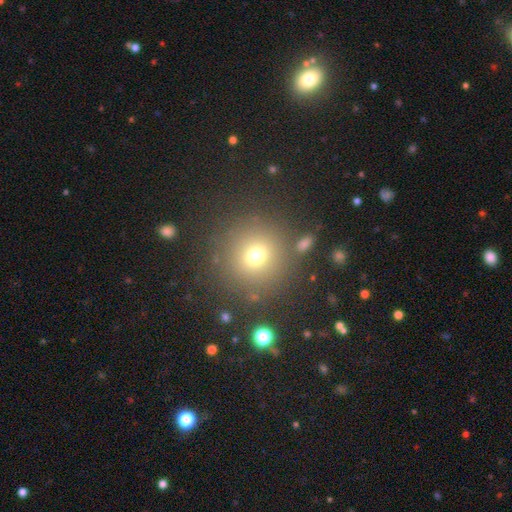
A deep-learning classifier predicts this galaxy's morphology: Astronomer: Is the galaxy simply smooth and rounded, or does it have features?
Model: smooth — 70%.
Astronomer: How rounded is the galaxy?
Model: round — 93%.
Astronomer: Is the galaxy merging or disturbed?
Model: none — 83%.